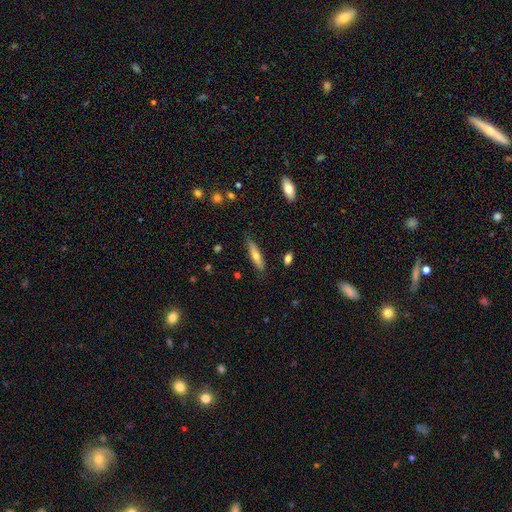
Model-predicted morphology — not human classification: smooth-or-featured: smooth: 62% | featured or disk: 31% | star or artifact: 6%
  how-rounded: cigar-shaped: 71% | in between: 27% | round: 2%
  merging: none: 80% | minor disturbance: 15% | major disturbance: 3% | merger: 2%